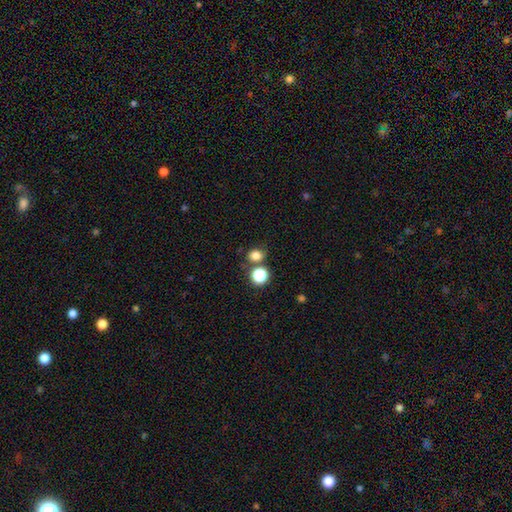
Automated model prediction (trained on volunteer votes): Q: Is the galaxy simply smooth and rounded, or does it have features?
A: smooth — 79%.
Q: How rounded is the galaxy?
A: round — 69%.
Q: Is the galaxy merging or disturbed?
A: none — 69%.